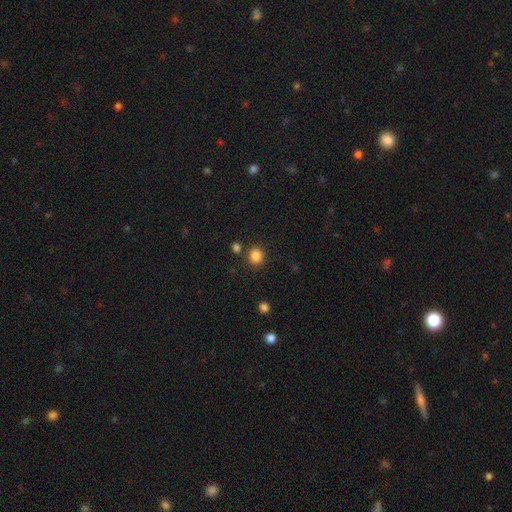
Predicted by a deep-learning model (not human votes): Smooth or featured? Predicted: smooth (p=0.84). How rounded? Predicted: round (p=0.85). Merging? Predicted: none (p=0.83).